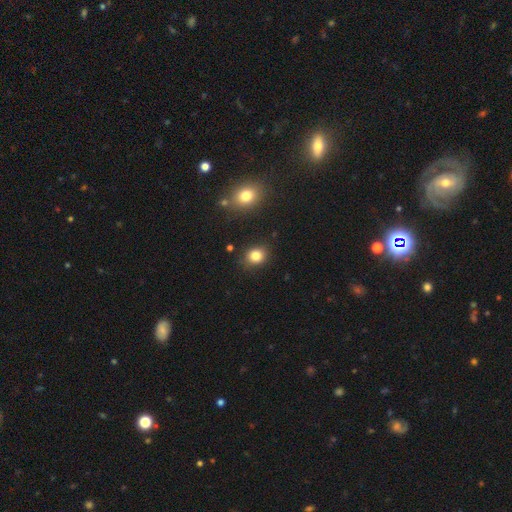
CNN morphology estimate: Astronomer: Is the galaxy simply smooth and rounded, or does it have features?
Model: smooth — 83%.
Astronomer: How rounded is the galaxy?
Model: round — 65%.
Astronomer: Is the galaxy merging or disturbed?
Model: none — 85%.